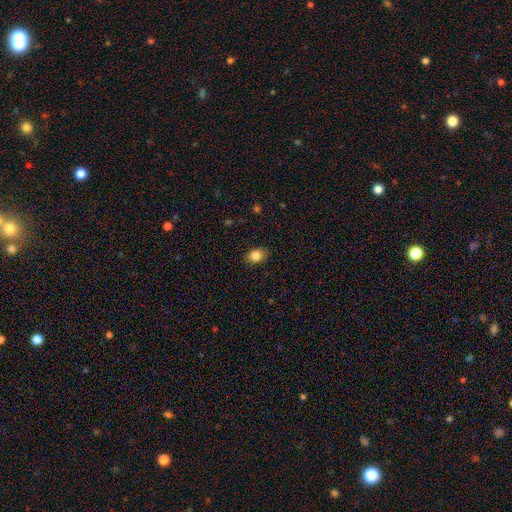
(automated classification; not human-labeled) Overall: smooth (84%). How rounded: in between (57%; round 42%). Merging: none (83%).